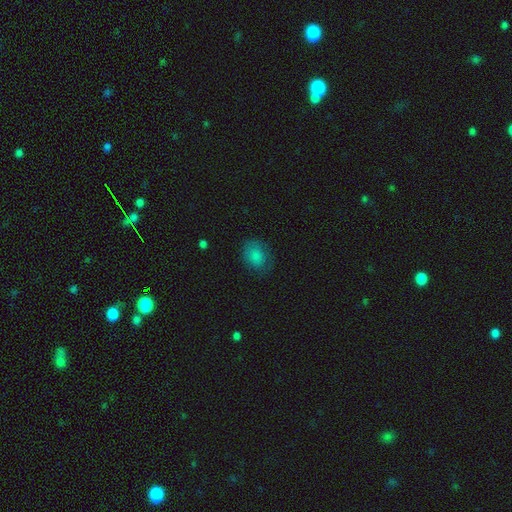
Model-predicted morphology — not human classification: Smooth or featured?
  - smooth: 81% *
  - star or artifact: 10%
  - featured or disk: 9%
How rounded?
  - in between: 56% *
  - round: 43%
  - cigar-shaped: 1%
Merging?
  - none: 71% *
  - minor disturbance: 20%
  - major disturbance: 7%
  - merger: 1%